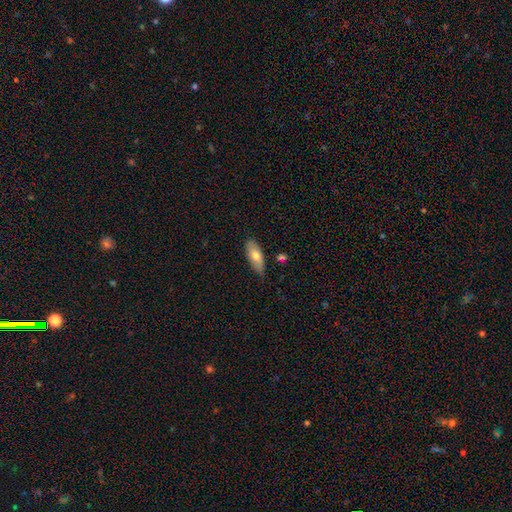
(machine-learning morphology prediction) Smooth or featured: smooth — 72% (featured or disk — 21%)
How rounded: in between — 80% (cigar-shaped — 18%)
Merging: none — 80% (minor disturbance — 15%)